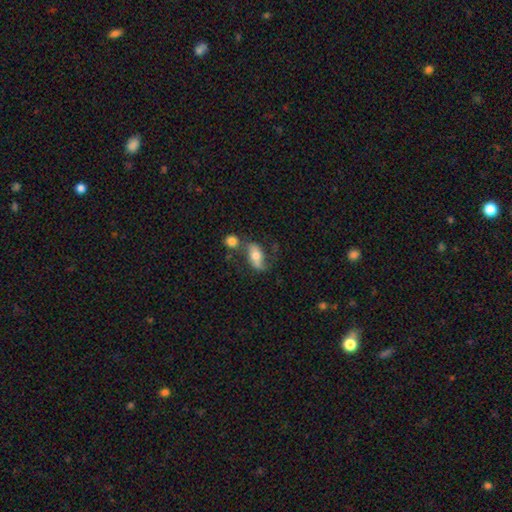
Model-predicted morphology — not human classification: type=smooth (48%); merging=none (48%).